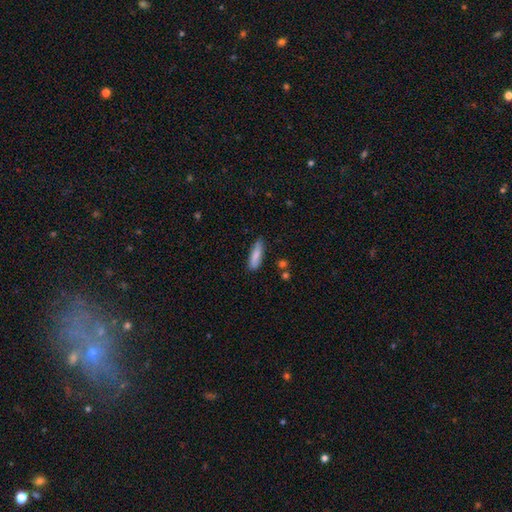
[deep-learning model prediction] Overall: smooth (82%). How rounded: cigar-shaped (57%; in between 41%). Merging: none (78%).